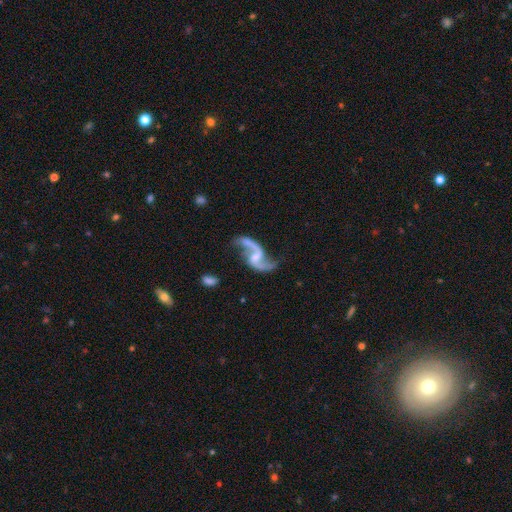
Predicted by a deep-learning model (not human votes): Q: Smooth or featured?
A: featured or disk (92%); runner-up: star or artifact (4%)
Q: Edge-on disk?
A: no (98%); runner-up: yes (2%)
Q: Bar?
A: weak (46%); runner-up: no (39%)
Q: Spiral arms?
A: yes (97%); runner-up: no (3%)
Q: Spiral winding?
A: loose (83%); runner-up: medium (14%)
Q: Spiral arm count?
A: 2 (93%); runner-up: 1 (2%)
Q: Bulge size?
A: small (50%); runner-up: moderate (31%)
Q: Merging?
A: none (67%); runner-up: minor disturbance (17%)